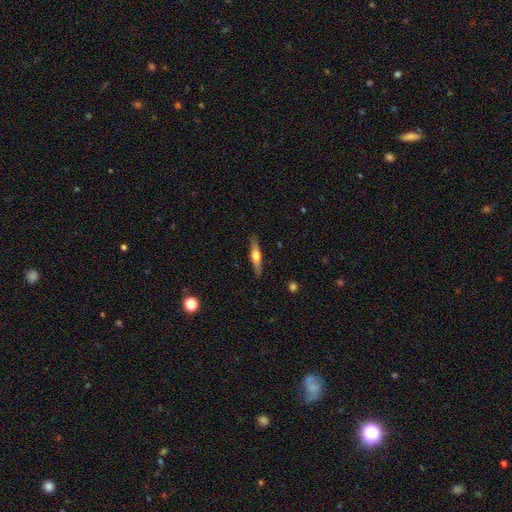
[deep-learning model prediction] A featured or disk galaxy (57%) viewed edge-on (95%) with a rounded central bulge (92%).

Vote fractions:
- Smooth or featured? featured or disk: 57% / smooth: 37% / star or artifact: 6%
- Edge-on disk? yes: 95% / no: 5%
- Edge-on bulge? rounded: 92% / boxy: 5% / none: 3%
- Merging? none: 88% / minor disturbance: 9% / major disturbance: 2% / merger: 1%